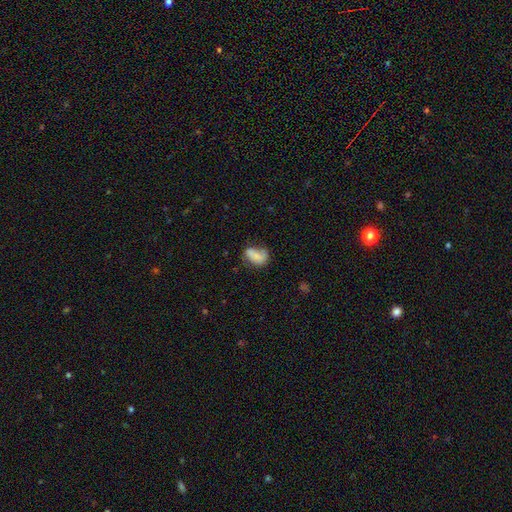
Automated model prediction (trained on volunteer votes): smooth-or-featured: smooth: 65% | featured or disk: 26% | star or artifact: 9%
  how-rounded: in between: 83% | round: 15% | cigar-shaped: 3%
  merging: none: 43% | minor disturbance: 31% | major disturbance: 17% | merger: 10%